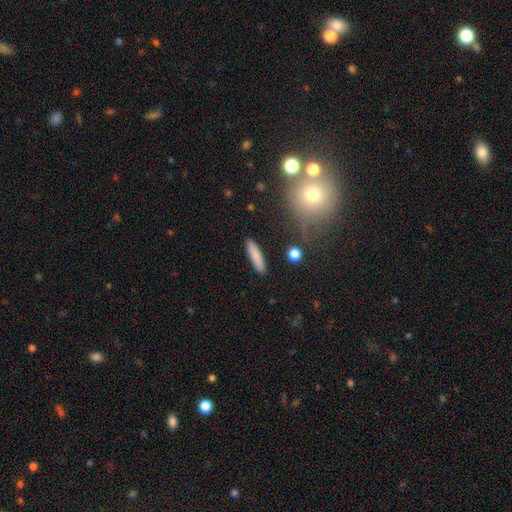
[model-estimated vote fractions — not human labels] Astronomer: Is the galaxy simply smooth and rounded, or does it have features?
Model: smooth — 83%.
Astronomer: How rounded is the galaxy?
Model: cigar-shaped — 79%.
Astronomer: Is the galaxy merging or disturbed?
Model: none — 89%.